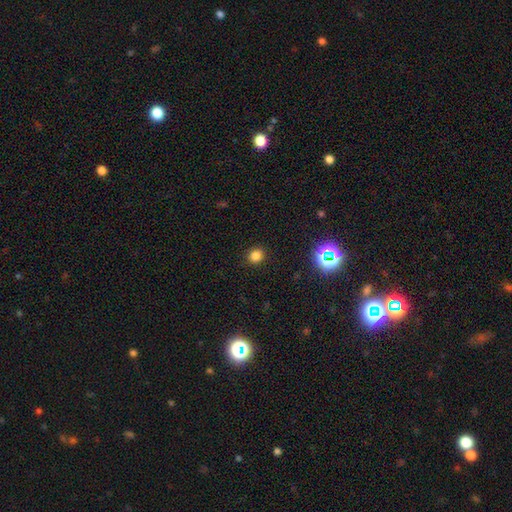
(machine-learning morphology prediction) This appears to be a smooth galaxy with no disk features (79%) that is round (82%). Merging: none (90%).